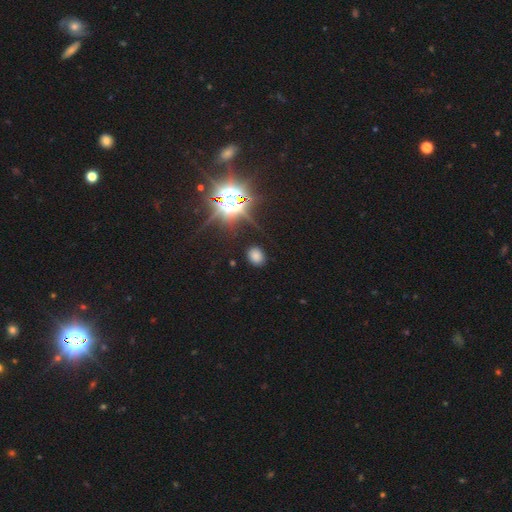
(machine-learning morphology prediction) Smooth or featured: smooth — 66% (star or artifact — 27%)
How rounded: in between — 51% (round — 47%)
Merging: none — 85% (minor disturbance — 10%)